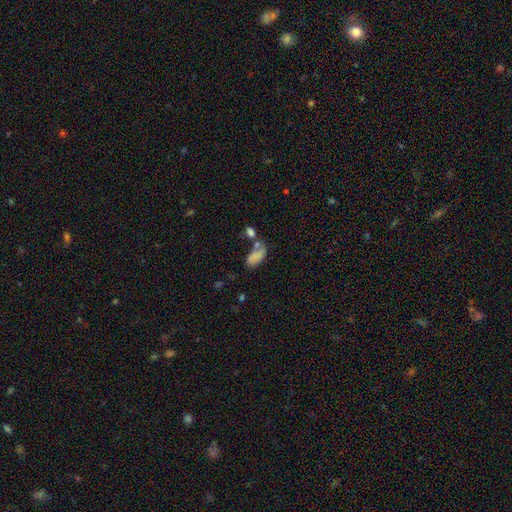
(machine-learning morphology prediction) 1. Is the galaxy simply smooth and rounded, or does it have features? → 73% smooth, 16% featured or disk, 11% star or artifact.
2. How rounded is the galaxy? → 92% in between, 5% round, 4% cigar-shaped.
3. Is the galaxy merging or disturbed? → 33% none, 32% merger, 20% minor disturbance, 15% major disturbance.